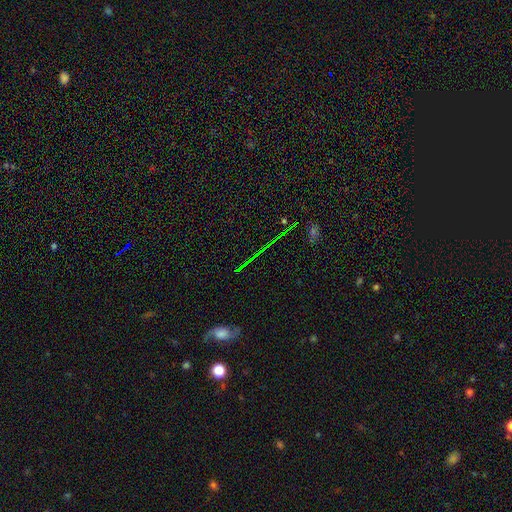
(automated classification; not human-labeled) smooth_or_featured: star or artifact (p=0.75) [alt: featured or disk p=0.14]